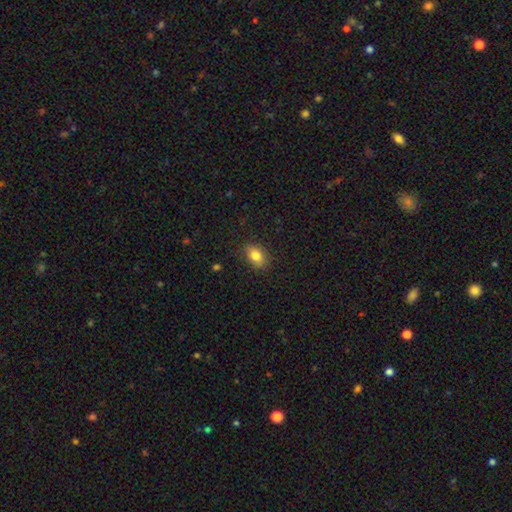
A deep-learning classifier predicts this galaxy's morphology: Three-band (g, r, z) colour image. It shows a smooth galaxy with no disk features (83%) that is in between round and cigar-shaped (78%). Merging: none (84%).